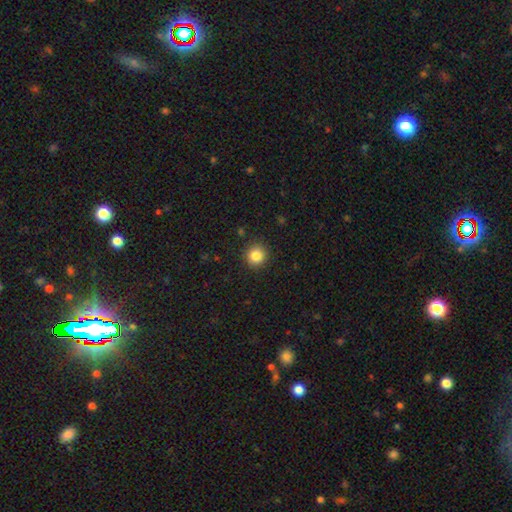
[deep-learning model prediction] Morphology: type=smooth (85%); roundness=round (93%); merging=none (91%).